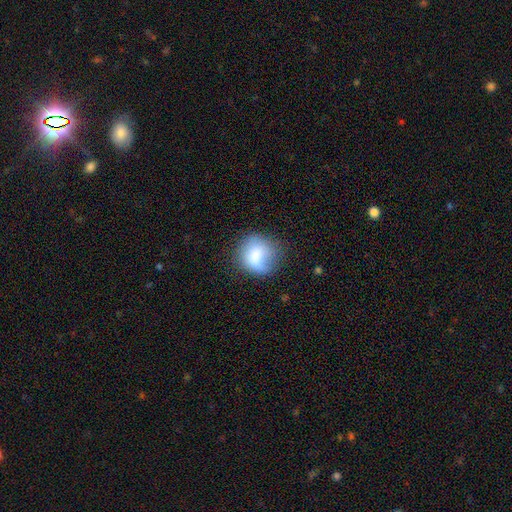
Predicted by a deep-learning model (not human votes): This appears to be a smooth galaxy with no disk features (76%) that is round (81%). Merging: none (57%).